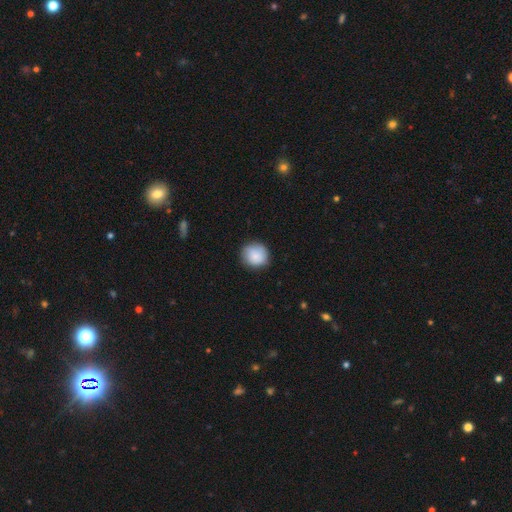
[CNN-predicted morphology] smooth_or_featured: smooth (p=0.86) [alt: star or artifact p=0.07]
how_rounded: round (p=0.90) [alt: in between p=0.09]
merging: none (p=0.85) [alt: minor disturbance p=0.12]